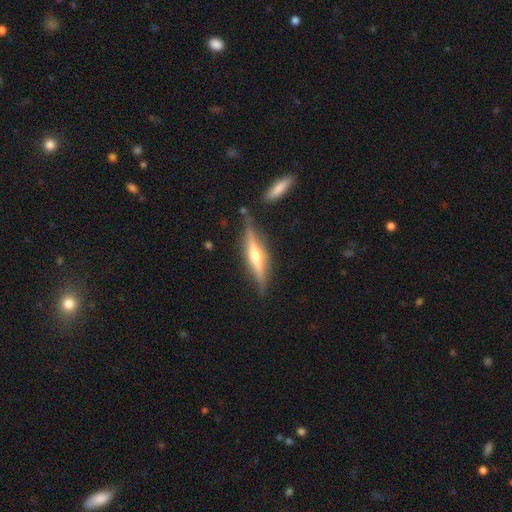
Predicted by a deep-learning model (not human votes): smooth_or_featured: featured or disk (p=0.71) [alt: smooth p=0.23]
disk_edge_on: yes (p=0.96) [alt: no p=0.04]
edge_on_bulge: rounded (p=0.89) [alt: boxy p=0.06]
merging: none (p=0.78) [alt: minor disturbance p=0.14]